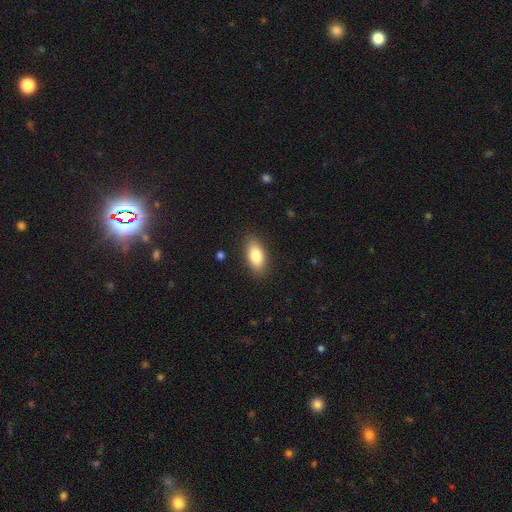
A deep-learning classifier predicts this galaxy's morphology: The model was most divided on "smooth or featured": smooth: 83%, featured or disk: 10%, star or artifact: 7%. More confident: how rounded — in between (88%); merging — none (87%).